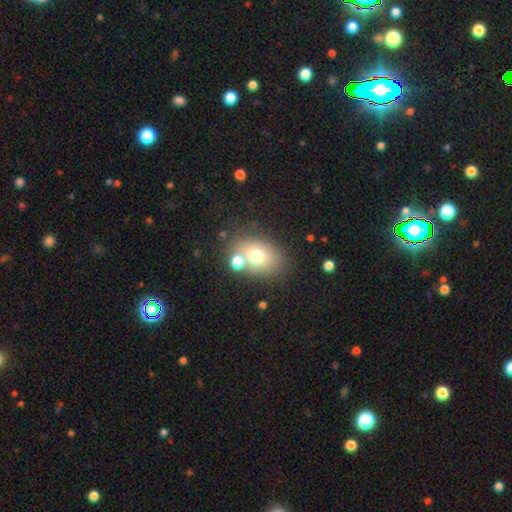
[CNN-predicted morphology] Q: Smooth or featured?
A: smooth (69%); runner-up: featured or disk (18%)
Q: How rounded?
A: in between (63%); runner-up: round (36%)
Q: Merging?
A: none (62%); runner-up: merger (20%)